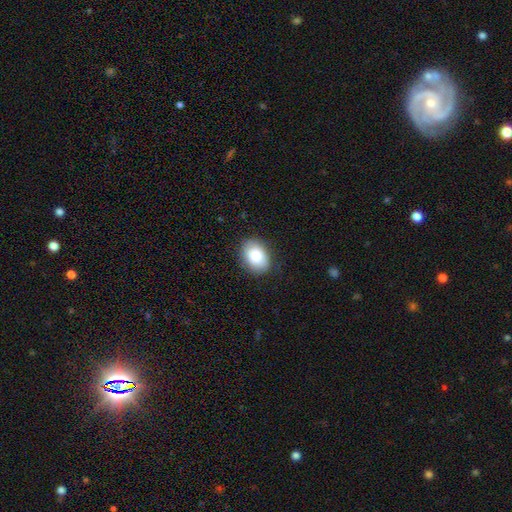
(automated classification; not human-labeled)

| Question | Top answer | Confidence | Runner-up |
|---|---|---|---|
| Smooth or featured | smooth | 84% | featured or disk (9%) |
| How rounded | in between | 80% | round (19%) |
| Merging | none | 85% | minor disturbance (11%) |